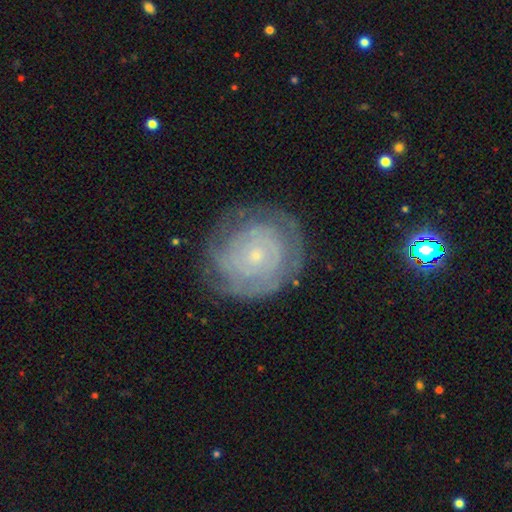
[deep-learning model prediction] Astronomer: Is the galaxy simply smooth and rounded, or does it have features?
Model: featured or disk — 71%.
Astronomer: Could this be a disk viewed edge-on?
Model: no — 97%.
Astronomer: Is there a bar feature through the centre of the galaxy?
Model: no — 83%.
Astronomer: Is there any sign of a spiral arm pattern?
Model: yes — 82%.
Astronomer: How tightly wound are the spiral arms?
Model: tight — 82%.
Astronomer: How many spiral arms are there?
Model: can't tell — 57%.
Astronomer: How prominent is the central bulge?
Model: small — 83%.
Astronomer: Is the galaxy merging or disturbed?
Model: none — 76%.